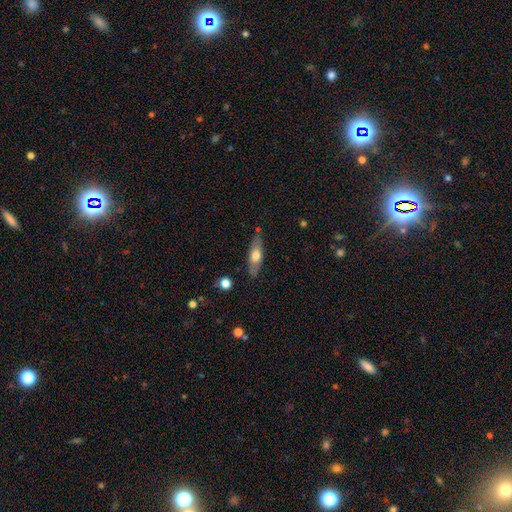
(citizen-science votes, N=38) smooth_or_featured: featured or disk (p=0.47) [alt: smooth p=0.42]
disk_edge_on: yes (p=0.72) [alt: no p=0.28]
edge_on_bulge: rounded (p=0.69) [alt: boxy p=0.15]
merging: none (p=0.82) [alt: minor disturbance p=0.15]